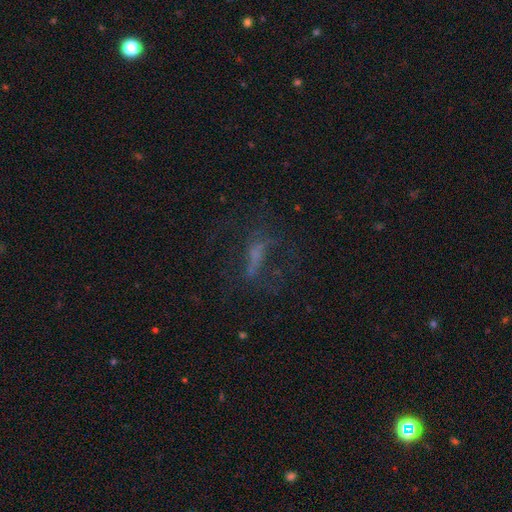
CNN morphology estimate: A featured or disk galaxy (44%).

Vote fractions:
- Smooth or featured? featured or disk: 44% / smooth: 29% / star or artifact: 27%
- Merging? none: 52% / major disturbance: 29% / minor disturbance: 16% / merger: 3%